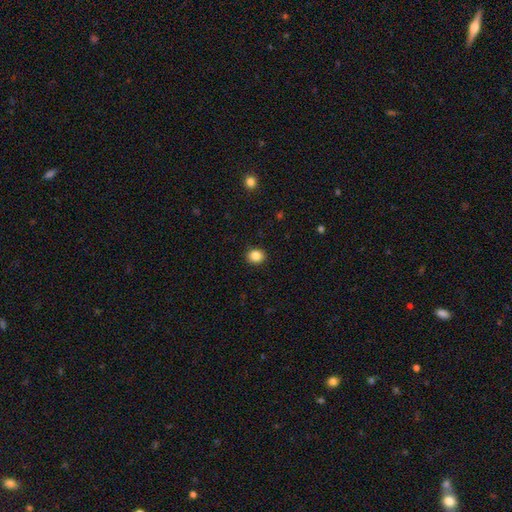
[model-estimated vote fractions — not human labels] Smooth or featured? smooth (85%)
How rounded? round (70%)
Merging? none (91%)